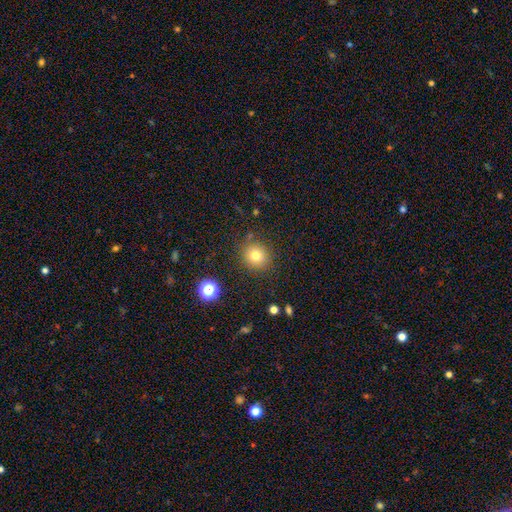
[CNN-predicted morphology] A smooth galaxy with no disk features (77%) that is round (88%). Merging: none (86%).